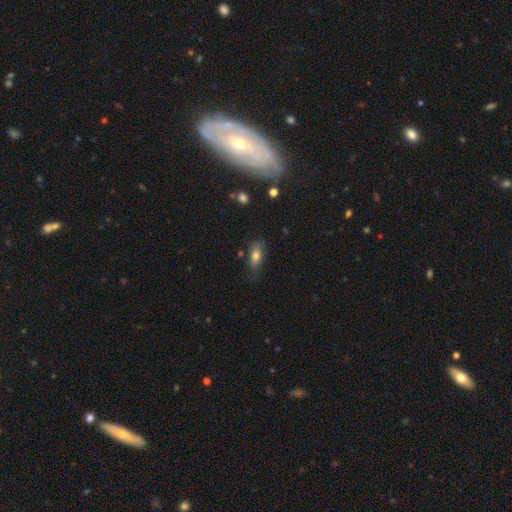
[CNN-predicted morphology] Smooth or featured: smooth — 73% (featured or disk — 18%)
How rounded: in between — 79% (cigar-shaped — 16%)
Merging: none — 63% (minor disturbance — 26%)